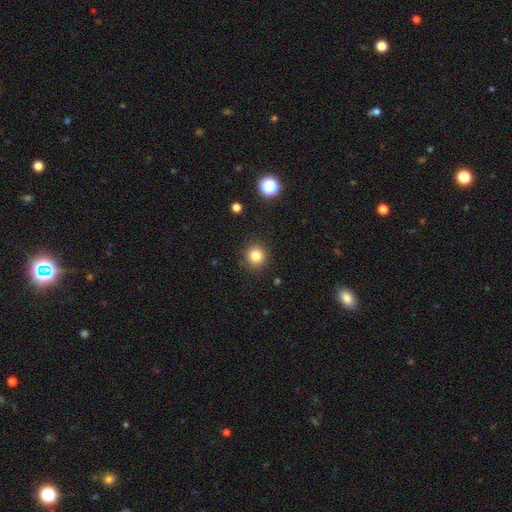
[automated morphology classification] smooth_or_featured: smooth (p=0.82) [alt: star or artifact p=0.12]
how_rounded: round (p=0.92) [alt: in between p=0.07]
merging: none (p=0.90) [alt: minor disturbance p=0.07]